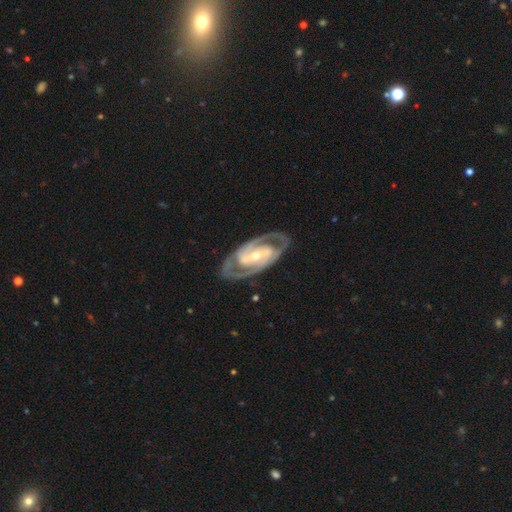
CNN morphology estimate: A featured or disk galaxy (90%) with a strong bar (53%), 2 (89%) tight (46%, tied with medium) spiral arms (96%) and a moderate central bulge (48%). Merging: none (83%).